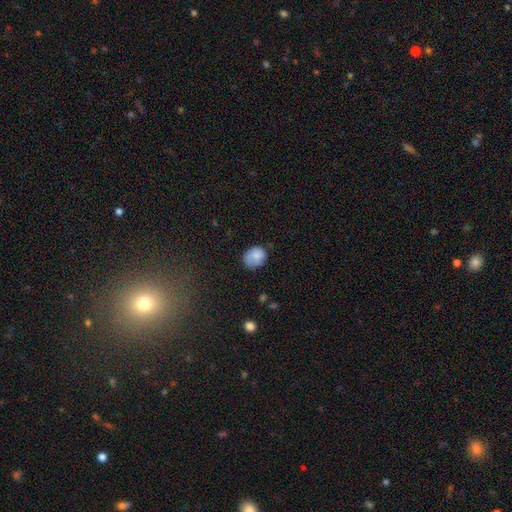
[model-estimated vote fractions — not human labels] The model was most divided on "how rounded": round: 60%, in between: 39%, cigar-shaped: 1%. More confident: smooth or featured — smooth (79%); merging — none (56%).